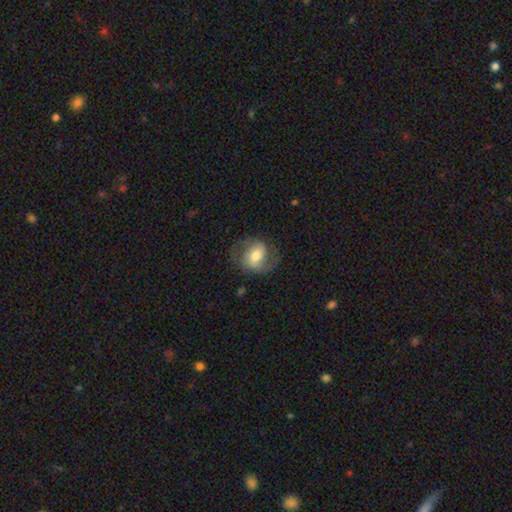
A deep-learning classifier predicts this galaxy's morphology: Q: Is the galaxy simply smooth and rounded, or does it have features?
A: featured or disk — 63%.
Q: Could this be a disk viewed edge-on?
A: no — 97%.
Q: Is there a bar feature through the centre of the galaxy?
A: weak — 43%.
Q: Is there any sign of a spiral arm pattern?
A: yes — 88%.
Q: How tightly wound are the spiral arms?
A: medium — 50%.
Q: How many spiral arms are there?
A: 2 — 87%.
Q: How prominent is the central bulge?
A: moderate — 60%.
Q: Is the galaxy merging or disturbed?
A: none — 71%.